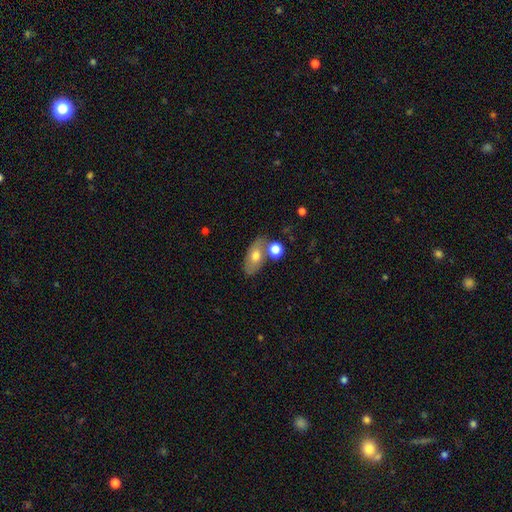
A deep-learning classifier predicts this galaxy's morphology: Smooth or featured?
  - smooth: 66% *
  - featured or disk: 26%
  - star or artifact: 8%
How rounded?
  - in between: 85% *
  - round: 9%
  - cigar-shaped: 6%
Merging?
  - none: 60% *
  - merger: 20%
  - minor disturbance: 15%
  - major disturbance: 5%